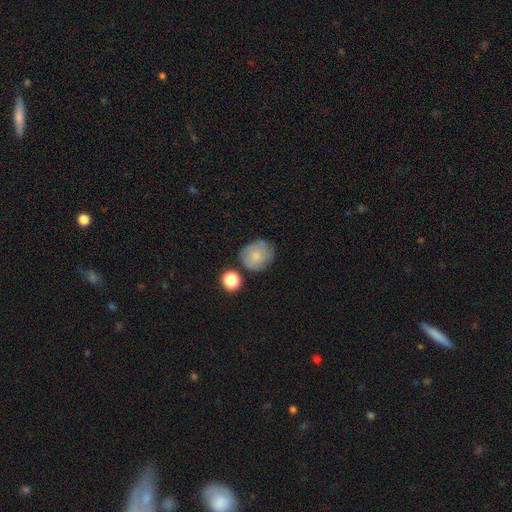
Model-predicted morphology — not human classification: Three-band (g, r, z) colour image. It shows a smooth galaxy with no disk features (76%) that is round (73%). Merging: none (63%).